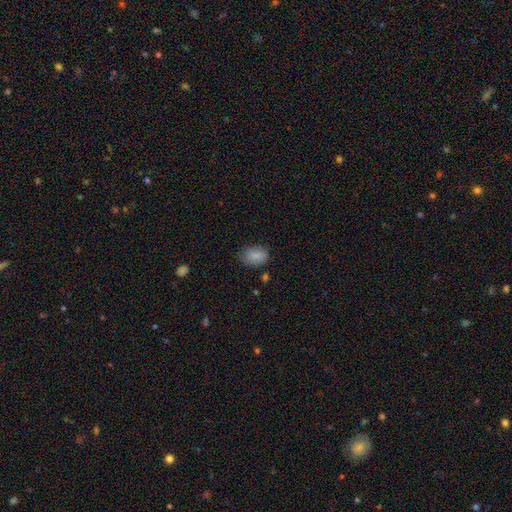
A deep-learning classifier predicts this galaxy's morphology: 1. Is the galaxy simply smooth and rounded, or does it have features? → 86% smooth, 8% star or artifact, 6% featured or disk.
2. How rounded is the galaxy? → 83% in between, 15% round, 1% cigar-shaped.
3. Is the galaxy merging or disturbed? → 67% none, 26% minor disturbance, 6% major disturbance, 2% merger.